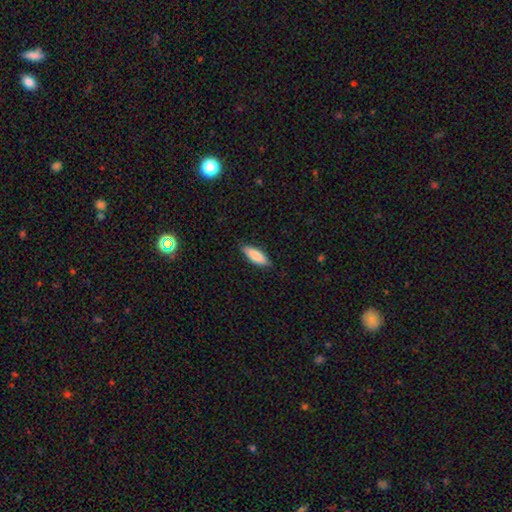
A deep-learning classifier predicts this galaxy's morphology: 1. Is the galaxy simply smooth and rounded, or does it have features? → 83% smooth, 11% featured or disk, 6% star or artifact.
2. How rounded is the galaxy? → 63% in between, 36% cigar-shaped, 2% round.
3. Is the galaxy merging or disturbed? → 84% none, 13% minor disturbance, 2% major disturbance, 1% merger.